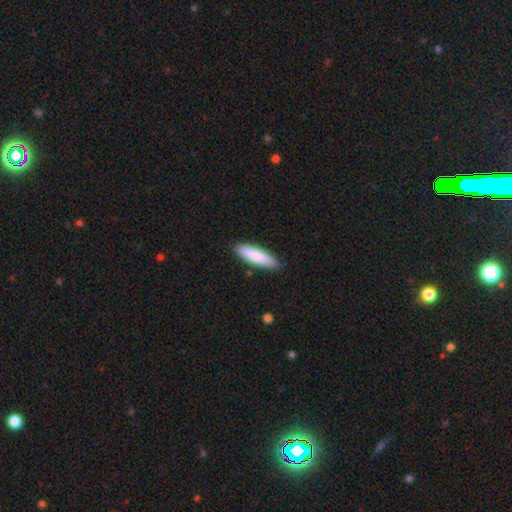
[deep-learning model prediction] A smooth galaxy with no disk features (86%) that is cigar-shaped (62%).

Vote fractions:
- Smooth or featured? smooth: 86% / featured or disk: 9% / star or artifact: 5%
- How rounded? cigar-shaped: 62% / in between: 37% / round: 1%
- Merging? none: 87% / minor disturbance: 10% / major disturbance: 2% / merger: 1%